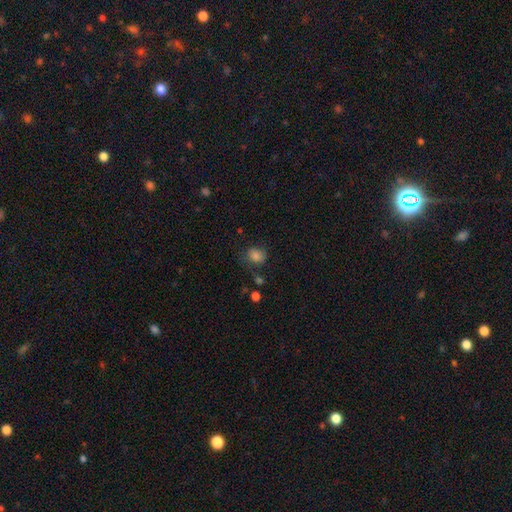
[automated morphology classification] Q: Smooth or featured?
A: smooth (79%); runner-up: star or artifact (11%)
Q: How rounded?
A: round (60%); runner-up: in between (39%)
Q: Merging?
A: none (63%); runner-up: minor disturbance (23%)